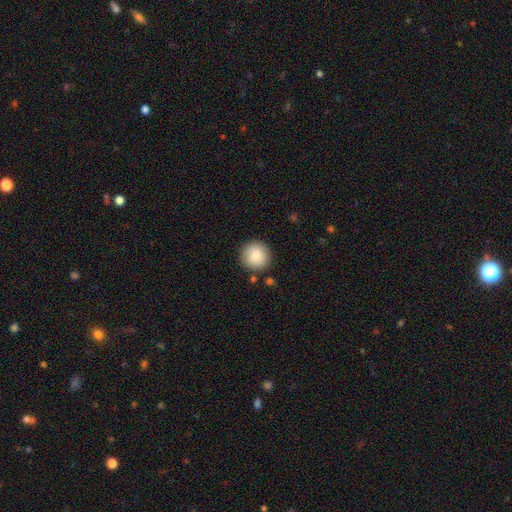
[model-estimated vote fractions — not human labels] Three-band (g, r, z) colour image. It shows a smooth galaxy with no disk features (86%) that is round (94%). Merging: none (88%).